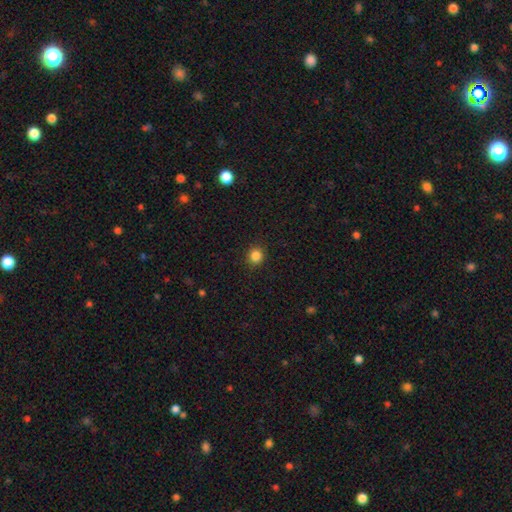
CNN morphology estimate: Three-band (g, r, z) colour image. It shows a smooth galaxy with no disk features (85%) that is round (88%). Merging: none (91%).